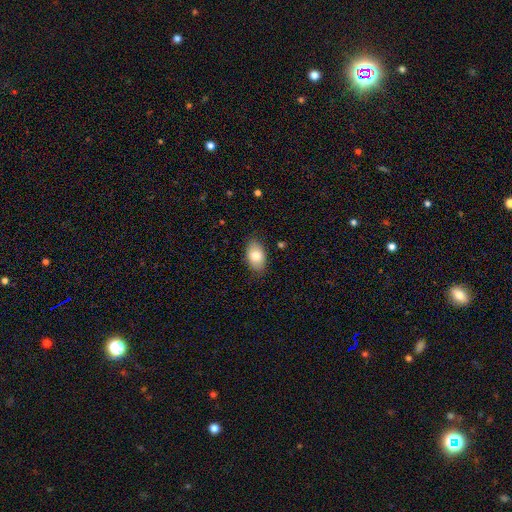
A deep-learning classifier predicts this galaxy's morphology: A smooth galaxy with no disk features (79%) that is in between round and cigar-shaped (91%).

Vote fractions:
- Smooth or featured? smooth: 79% / featured or disk: 14% / star or artifact: 7%
- How rounded? in between: 91% / round: 8% / cigar-shaped: 1%
- Merging? none: 83% / minor disturbance: 13% / major disturbance: 3% / merger: 1%